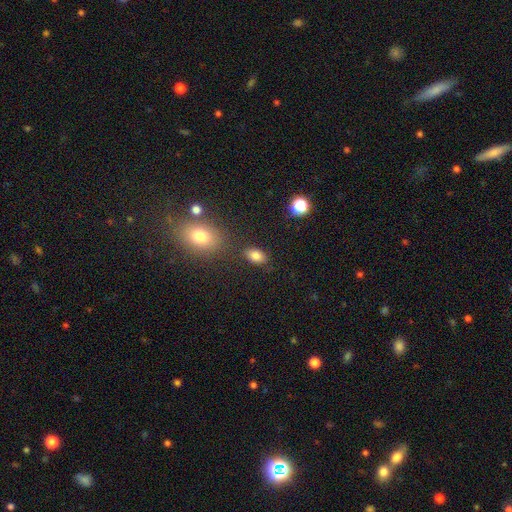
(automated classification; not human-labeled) A smooth galaxy with no disk features (82%) that is in between round and cigar-shaped (88%). Merging: none (81%).